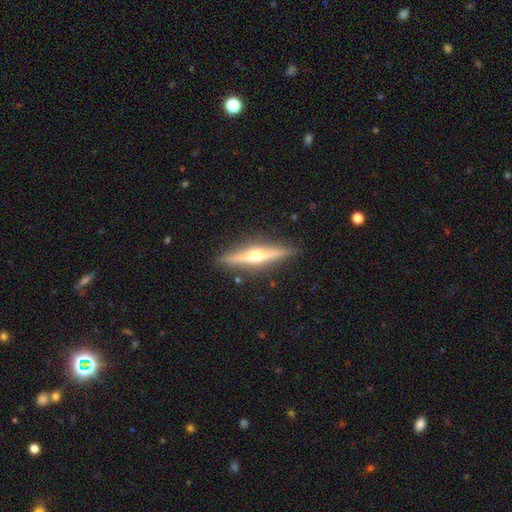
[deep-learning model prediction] The model was most divided on "smooth or featured": featured or disk: 72%, smooth: 22%, star or artifact: 6%. More confident: edge-on disk — yes (97%); edge-on bulge — rounded (93%); merging — none (90%).